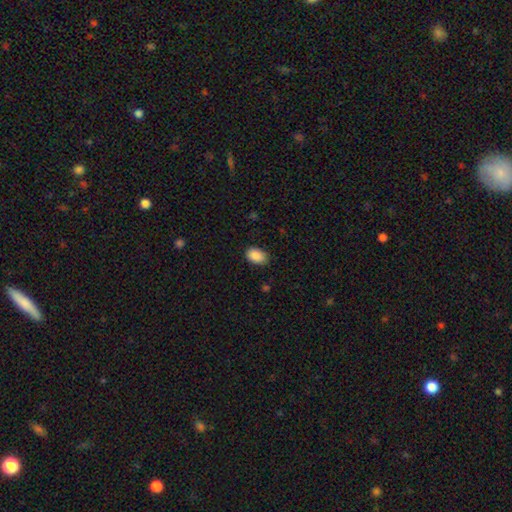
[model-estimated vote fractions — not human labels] smooth 89%, star or artifact 7%, featured or disk 3%. Down the decision tree: how rounded — in between (88%); merging — none (80%).